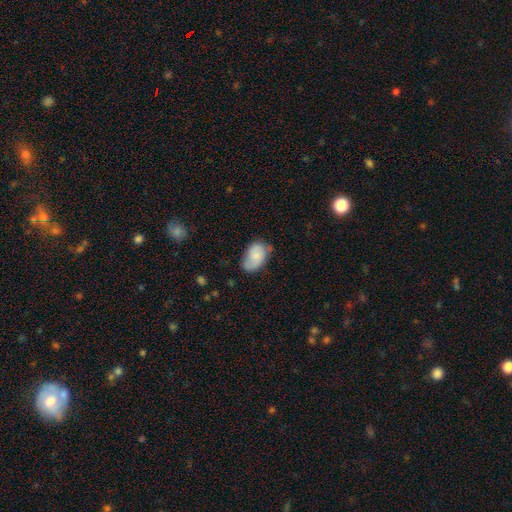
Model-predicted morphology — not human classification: Q: Smooth or featured?
A: smooth (74%); runner-up: featured or disk (19%)
Q: How rounded?
A: in between (89%); runner-up: round (9%)
Q: Merging?
A: none (55%); runner-up: minor disturbance (33%)